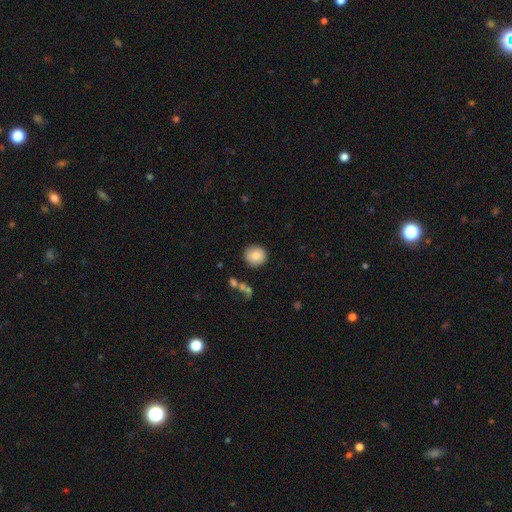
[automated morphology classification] Smooth or featured? smooth (84%)
How rounded? round (91%)
Merging? none (86%)